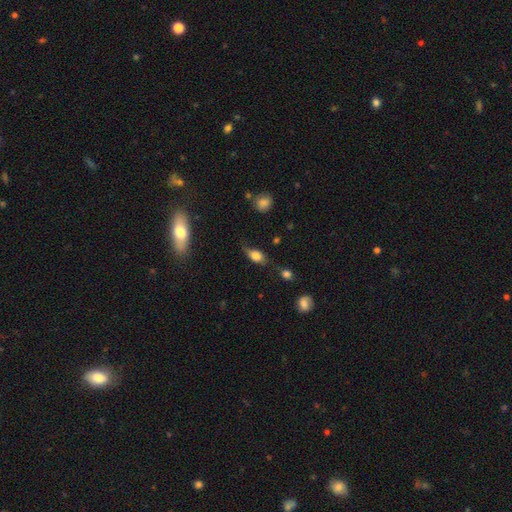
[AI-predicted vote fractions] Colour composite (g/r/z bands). It shows a smooth galaxy with no disk features (67%) that is in between round and cigar-shaped (80%). Merging: none (47%).